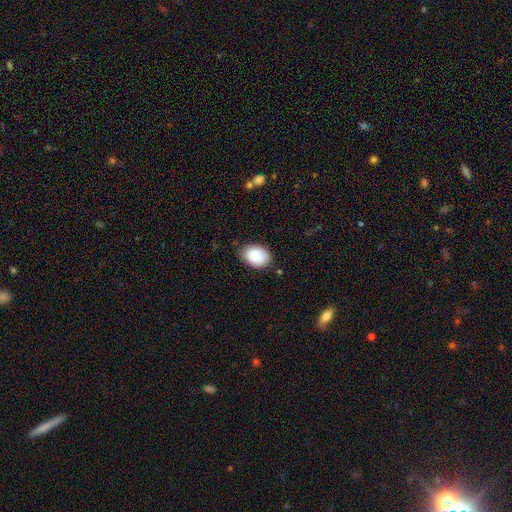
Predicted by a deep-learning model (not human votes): Smooth or featured? smooth (87%)
How rounded? in between (78%)
Merging? none (75%)